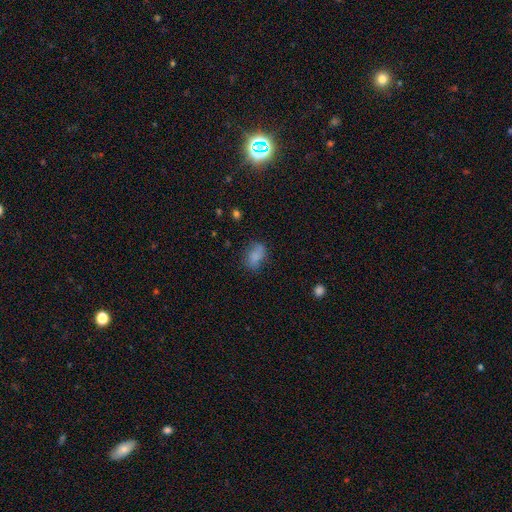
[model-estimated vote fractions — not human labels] The model was most divided on "merging": none: 59%, minor disturbance: 26%, major disturbance: 10%, merger: 4%. More confident: how rounded — in between (81%); smooth or featured — smooth (75%).